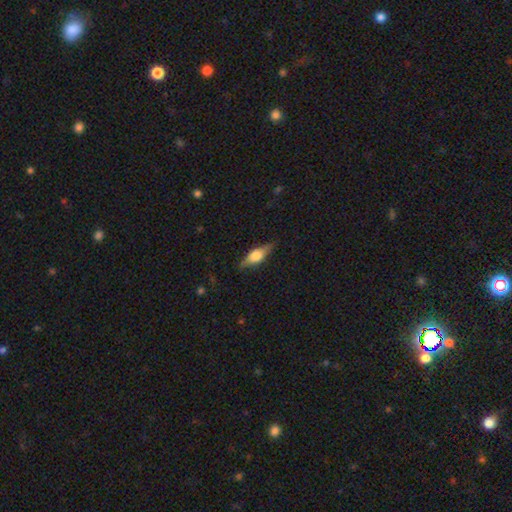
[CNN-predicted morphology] Smooth or featured?
  - featured or disk: 51% *
  - smooth: 43%
  - star or artifact: 7%
Edge-on disk?
  - yes: 93% *
  - no: 7%
Merging?
  - none: 82% *
  - minor disturbance: 14%
  - major disturbance: 3%
  - merger: 1%